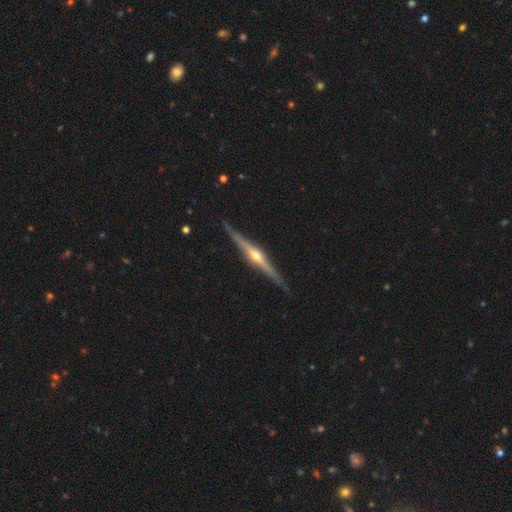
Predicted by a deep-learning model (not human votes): The model was most divided on "smooth or featured": featured or disk: 85%, smooth: 10%, star or artifact: 5%. More confident: edge-on disk — yes (98%); edge-on bulge — rounded (91%); merging — none (89%).